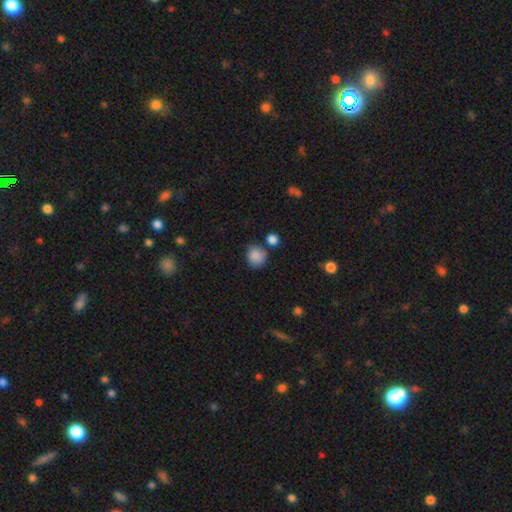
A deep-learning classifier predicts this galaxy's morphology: Smooth or featured: smooth — 86% (star or artifact — 9%)
How rounded: round — 78% (in between — 21%)
Merging: none — 67% (minor disturbance — 18%)